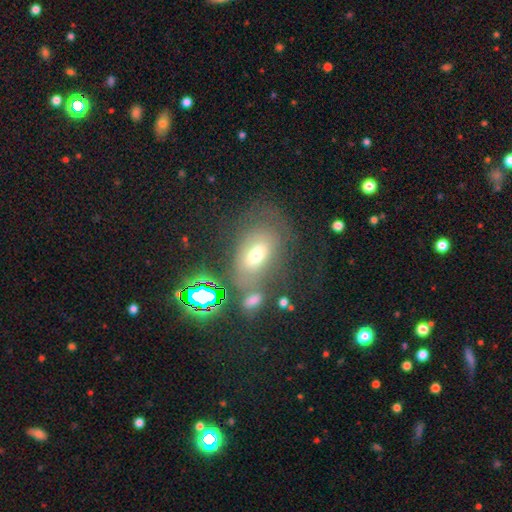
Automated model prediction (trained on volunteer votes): A smooth galaxy with no disk features (55%) that is in between round and cigar-shaped (80%).

Vote fractions:
- Smooth or featured? smooth: 55% / featured or disk: 28% / star or artifact: 17%
- How rounded? in between: 80% / round: 17% / cigar-shaped: 3%
- Merging? none: 47% / major disturbance: 19% / minor disturbance: 19% / merger: 14%